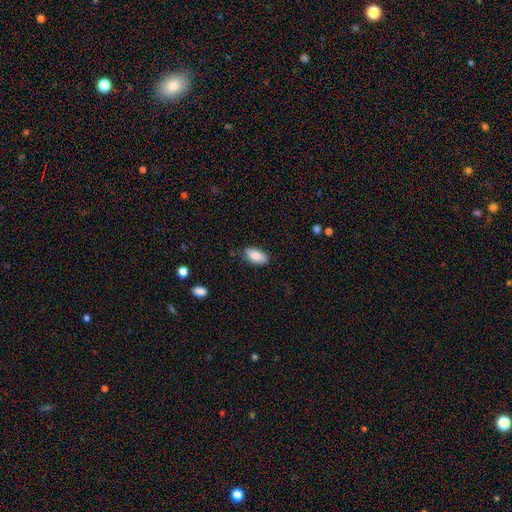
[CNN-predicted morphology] Overall: smooth (83%). How rounded: in between (92%). Merging: none (82%).